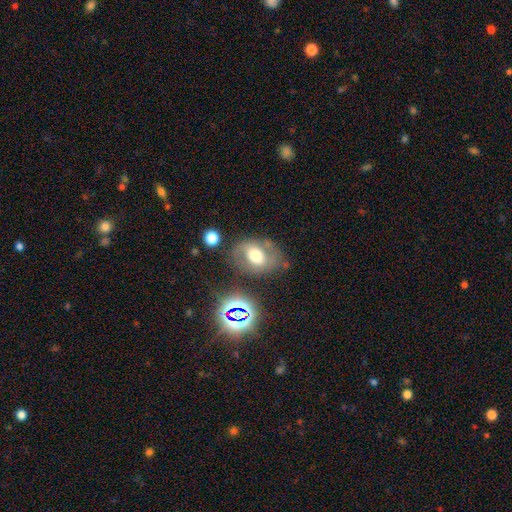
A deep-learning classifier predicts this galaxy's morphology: Smooth or featured?
  - featured or disk: 44% *
  - smooth: 42%
  - star or artifact: 13%
Merging?
  - none: 65% *
  - minor disturbance: 20%
  - major disturbance: 11%
  - merger: 5%